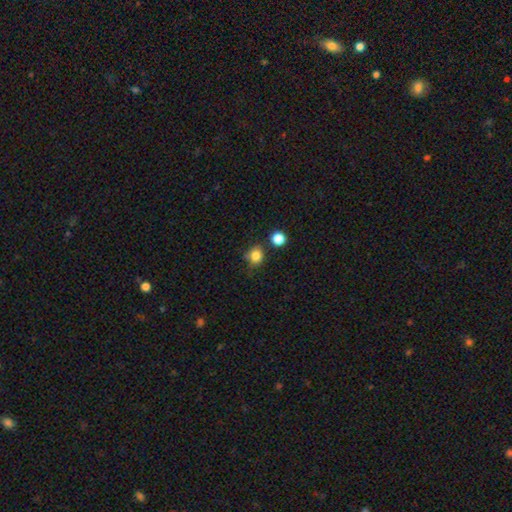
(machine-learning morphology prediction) Smooth or featured? smooth (83%)
How rounded? round (77%)
Merging? none (75%)